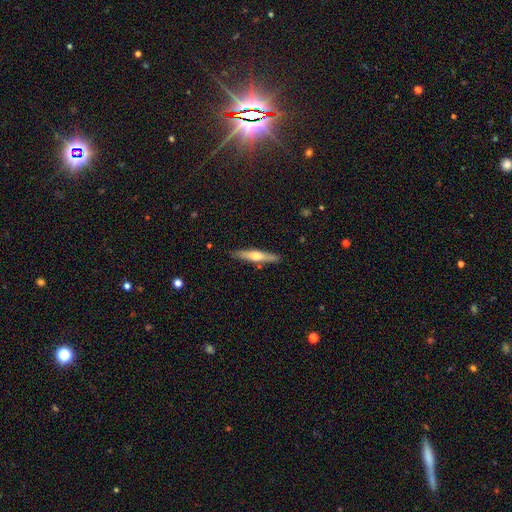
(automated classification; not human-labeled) Smooth or featured: featured or disk — 52% (smooth — 43%)
Edge-on disk: yes — 95% (no — 5%)
Merging: none — 87% (minor disturbance — 9%)